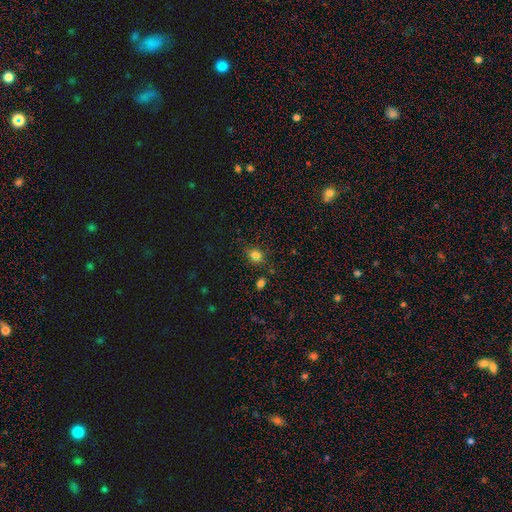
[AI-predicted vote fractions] Overall: smooth (73%). How rounded: round (54%; in between 44%). Merging: none (78%).